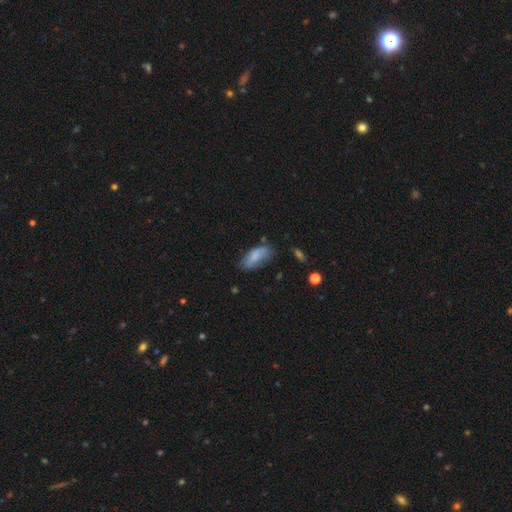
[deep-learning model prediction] smooth_or_featured: smooth (p=0.78) [alt: featured or disk p=0.15]
how_rounded: in between (p=0.80) [alt: cigar-shaped p=0.17]
merging: none (p=0.52) [alt: minor disturbance p=0.32]